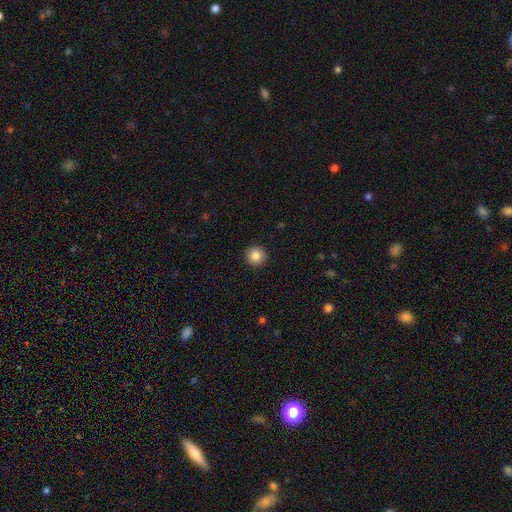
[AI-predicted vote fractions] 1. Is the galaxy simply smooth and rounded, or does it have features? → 85% smooth, 10% star or artifact, 6% featured or disk.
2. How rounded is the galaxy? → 95% round, 4% in between, 1% cigar-shaped.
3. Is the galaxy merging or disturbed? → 93% none, 5% minor disturbance, 2% major disturbance, 1% merger.